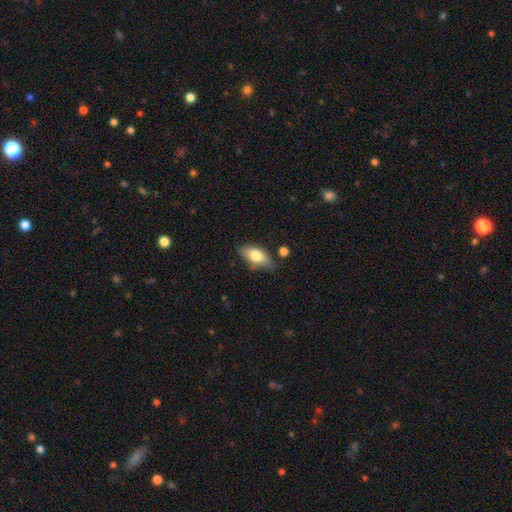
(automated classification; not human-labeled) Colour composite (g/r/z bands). It shows a smooth galaxy with no disk features (72%) that is in between round and cigar-shaped (84%). Merging: none (67%).